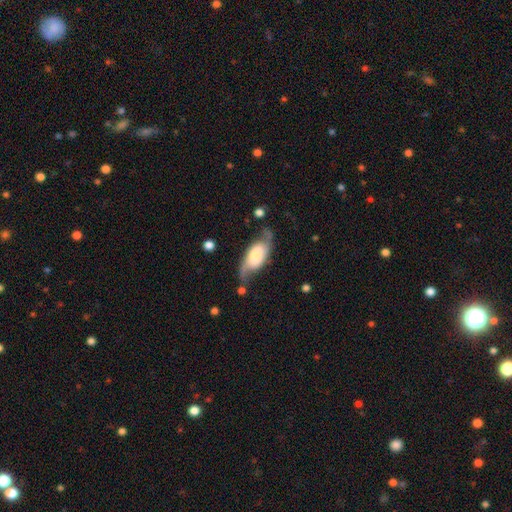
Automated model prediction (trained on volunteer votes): Smooth or featured? Predicted: featured or disk (p=0.66). Edge-on disk? Predicted: no (p=0.88). Bar? Predicted: no (p=0.47). Spiral arms? Predicted: yes (p=0.90). Spiral winding? Predicted: loose (p=0.54). Spiral arm count? Predicted: 2 (p=0.88). Bulge size? Predicted: moderate (p=0.30). Merging? Predicted: none (p=0.63).